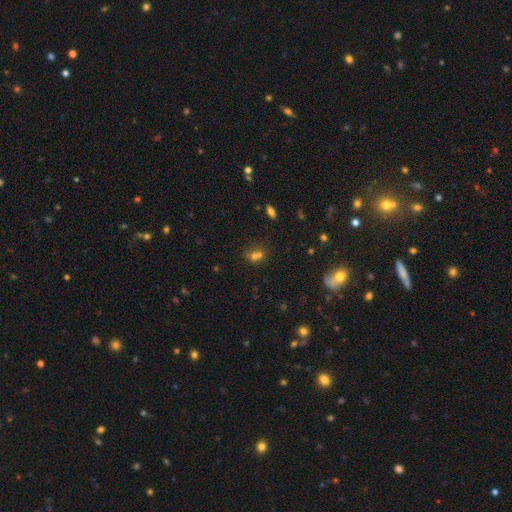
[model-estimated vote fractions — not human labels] smooth 57%, star or artifact 26%, featured or disk 17%. Down the decision tree: how rounded — round (72%); merging — merger (50%).